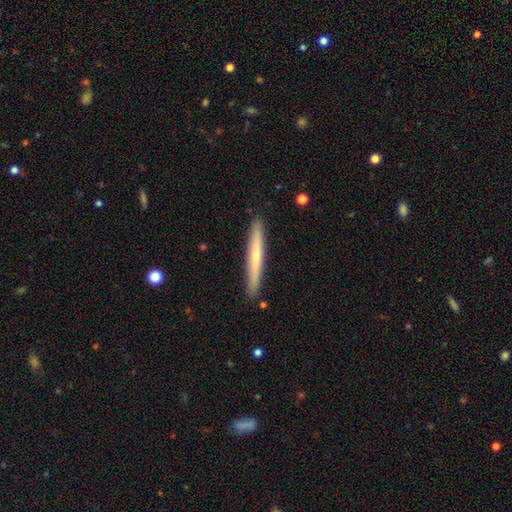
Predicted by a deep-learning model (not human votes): Smooth or featured?
  - smooth: 56% *
  - featured or disk: 39%
  - star or artifact: 5%
How rounded?
  - cigar-shaped: 96% *
  - in between: 2%
  - round: 1%
Merging?
  - none: 90% *
  - minor disturbance: 7%
  - major disturbance: 1%
  - merger: 1%